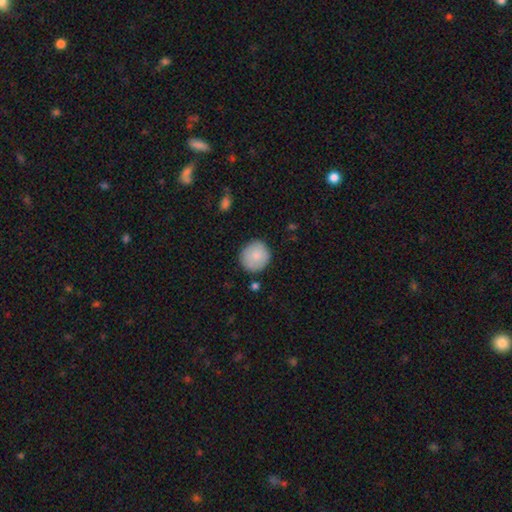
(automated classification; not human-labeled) This appears to be a smooth galaxy with no disk features (84%) that is round (92%). Merging: none (85%).